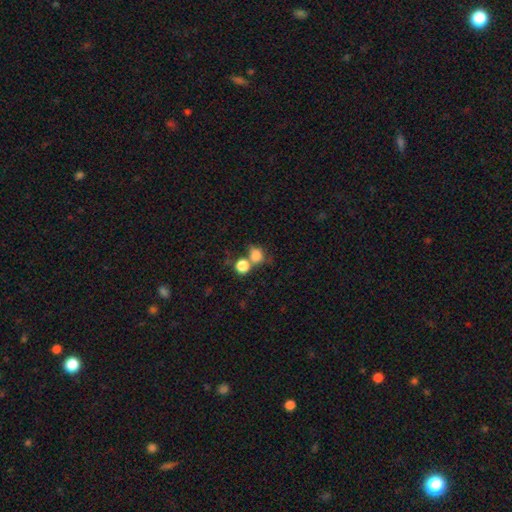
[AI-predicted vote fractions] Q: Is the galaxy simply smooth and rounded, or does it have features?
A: smooth — 80%.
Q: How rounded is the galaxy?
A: round — 67%.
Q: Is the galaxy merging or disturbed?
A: merger — 42%.